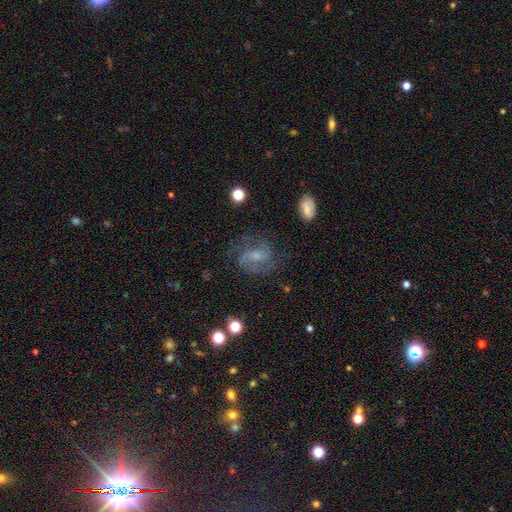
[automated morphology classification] This is likely a featured or disk galaxy (72%). It is clearly not viewed edge-on (96%). Bar: possibly weak (51%). Spiral arm pattern: clearly yes (90%). Spiral arm count: likely 2 (72%). Spiral winding: possibly medium (50%). Central bulge: possibly small (50%). Merging: likely none (64%).